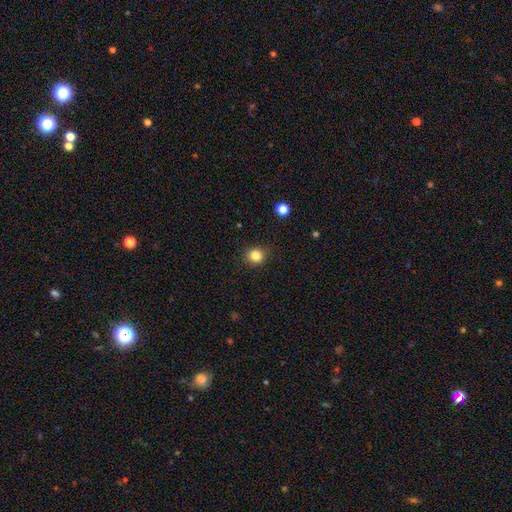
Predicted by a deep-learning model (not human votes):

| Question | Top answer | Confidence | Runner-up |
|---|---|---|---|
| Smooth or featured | smooth | 83% | star or artifact (12%) |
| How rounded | round | 84% | in between (15%) |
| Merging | none | 88% | minor disturbance (9%) |